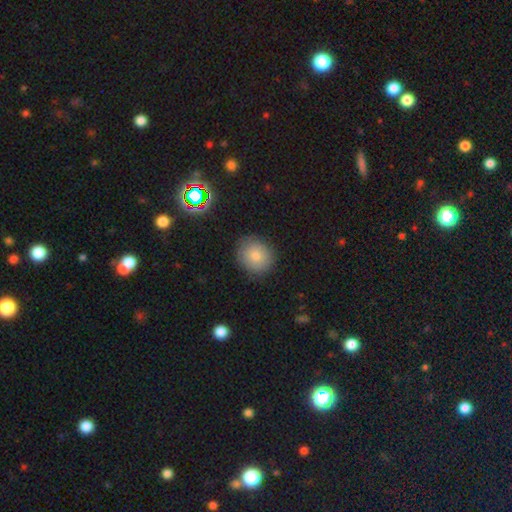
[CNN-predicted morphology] A smooth galaxy with no disk features (76%) that is round (79%). Merging: none (86%).